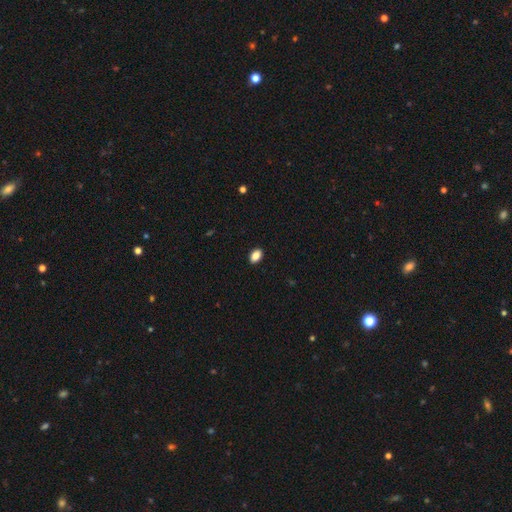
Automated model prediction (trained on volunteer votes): Smooth or featured? smooth (87%)
How rounded? in between (84%)
Merging? none (91%)